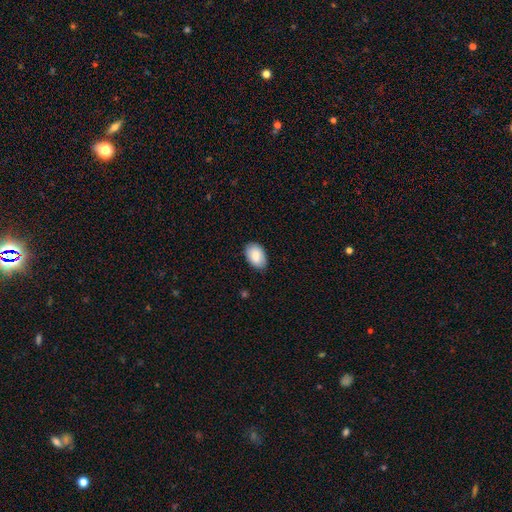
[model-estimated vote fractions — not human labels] Smooth or featured? smooth (87%)
How rounded? in between (91%)
Merging? none (86%)